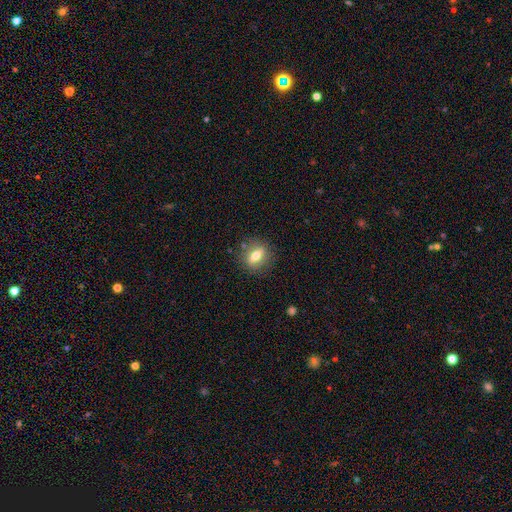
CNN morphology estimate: Q: Smooth or featured?
A: smooth (61%); runner-up: featured or disk (30%)
Q: How rounded?
A: in between (53%); runner-up: round (37%)
Q: Merging?
A: none (84%); runner-up: minor disturbance (11%)